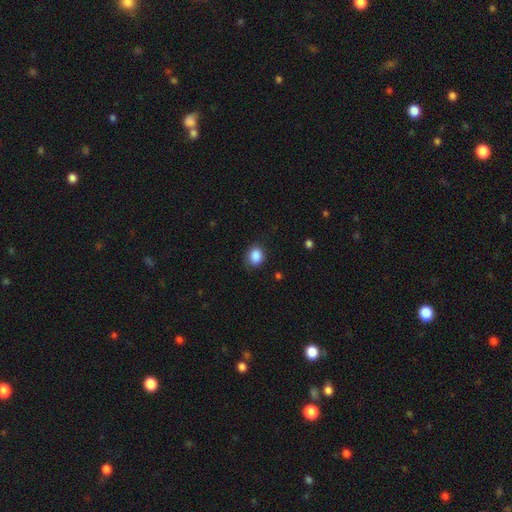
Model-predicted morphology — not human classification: Smooth or featured? Predicted: smooth (p=0.87). How rounded? Predicted: round (p=0.52). Merging? Predicted: none (p=0.78).